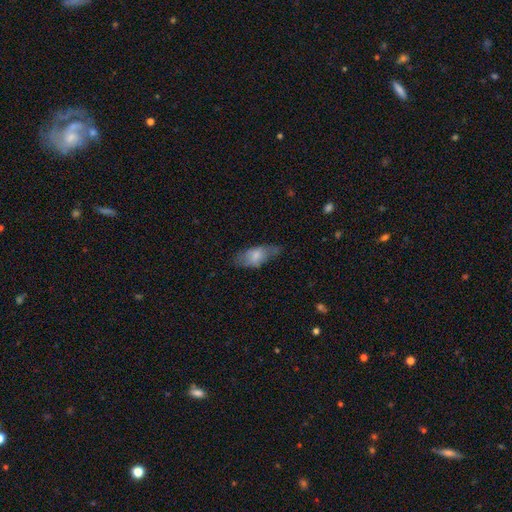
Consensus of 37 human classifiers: This appears to be a smooth galaxy with no disk features (76%) that is in between round and cigar-shaped (93%). Merging: none (54%).